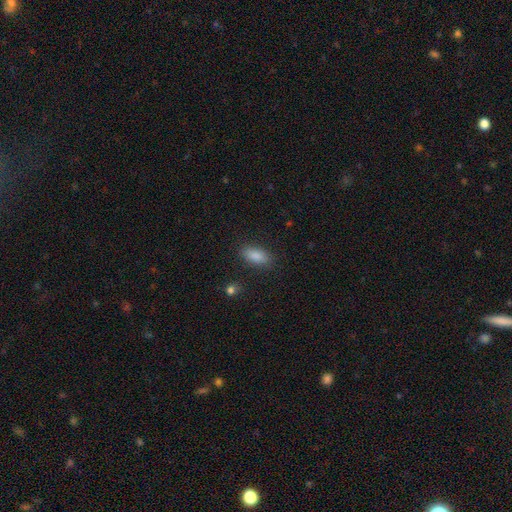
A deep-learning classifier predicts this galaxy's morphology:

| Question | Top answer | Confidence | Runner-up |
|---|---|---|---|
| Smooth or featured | smooth | 87% | star or artifact (8%) |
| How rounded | in between | 88% | cigar-shaped (9%) |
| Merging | none | 86% | minor disturbance (10%) |